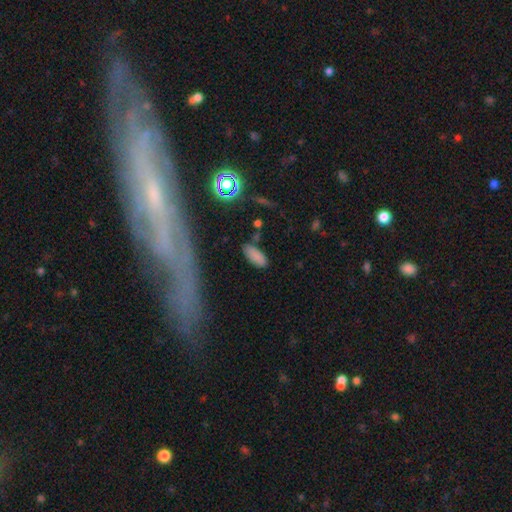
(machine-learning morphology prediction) smooth 83%, star or artifact 10%, featured or disk 7%. Down the decision tree: how rounded — in between (86%); merging — none (76%).